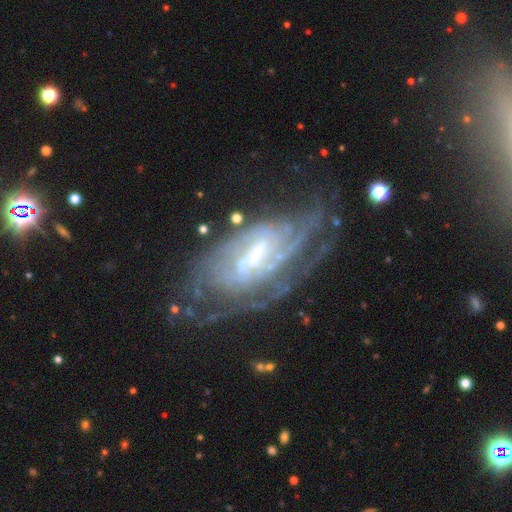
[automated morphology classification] smooth-or-featured: featured or disk: 85% | smooth: 8% | star or artifact: 7%
  disk-edge-on: no: 93% | yes: 7%
    bar: weak: 47% | strong: 30% | no: 24%
    has-spiral-arms: yes: 92% | no: 8%
      spiral-winding: tight: 59% | medium: 32% | loose: 9%
      spiral-arm-count: can't tell: 46% | 2: 17% | 3: 14% | 4: 11% | more than 4: 7% | 1: 5%
    bulge-size: moderate: 44% | small: 35% | none: 10% | large: 9% | dominant: 1%
  merging: none: 59% | minor disturbance: 21% | major disturbance: 17% | merger: 3%